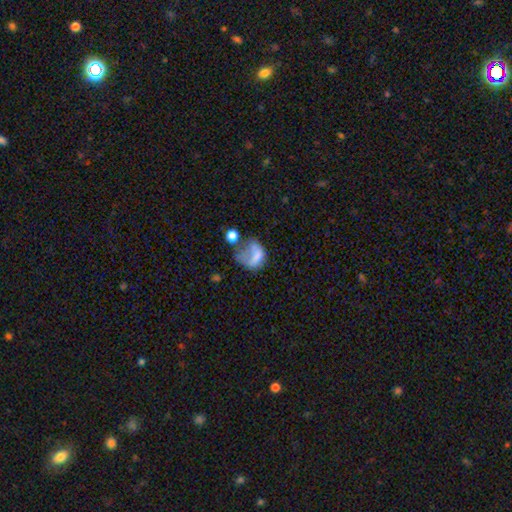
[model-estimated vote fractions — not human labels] smooth 60%, featured or disk 29%, star or artifact 12%. Down the decision tree: how rounded — in between (53%); merging — major disturbance (46%).